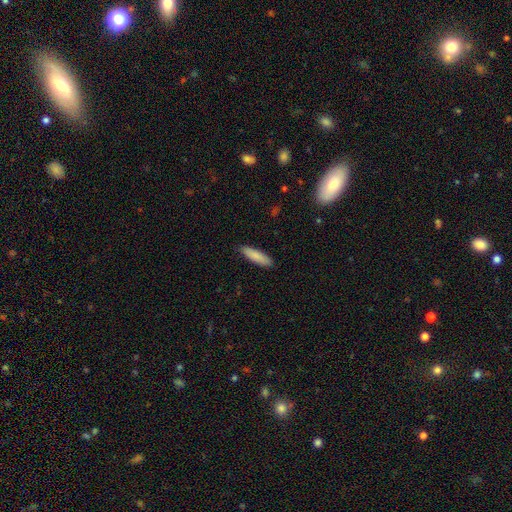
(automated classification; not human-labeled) A smooth galaxy with no disk features (87%) that is cigar-shaped (68%).

Vote fractions:
- Smooth or featured? smooth: 87% / featured or disk: 8% / star or artifact: 6%
- How rounded? cigar-shaped: 68% / in between: 30% / round: 1%
- Merging? none: 89% / minor disturbance: 8% / major disturbance: 2% / merger: 1%